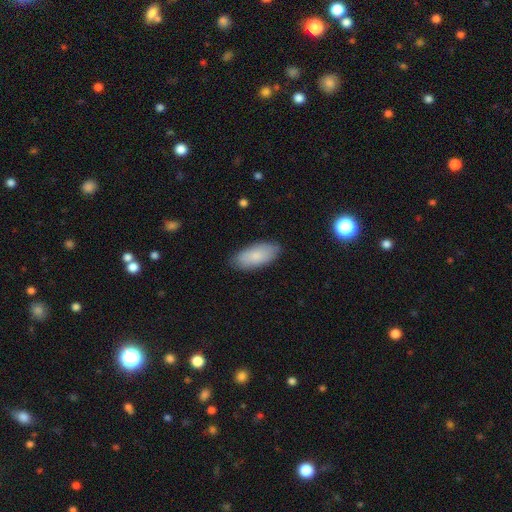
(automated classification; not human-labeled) Smooth or featured?
  - smooth: 83% *
  - featured or disk: 11%
  - star or artifact: 6%
How rounded?
  - in between: 89% *
  - cigar-shaped: 9%
  - round: 2%
Merging?
  - none: 85% *
  - minor disturbance: 12%
  - major disturbance: 2%
  - merger: 1%